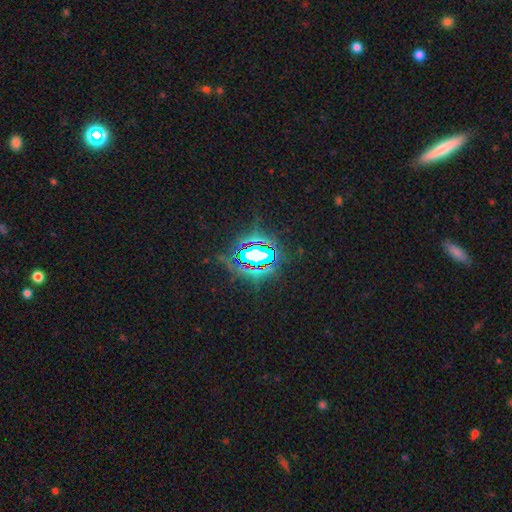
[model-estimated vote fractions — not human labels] This appears to be a star or artifact, not a galaxy (78%).